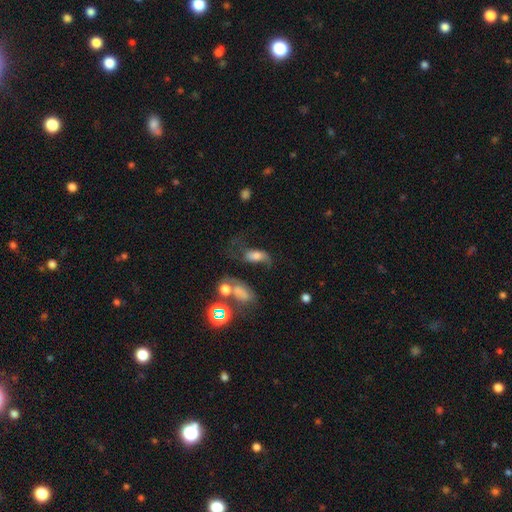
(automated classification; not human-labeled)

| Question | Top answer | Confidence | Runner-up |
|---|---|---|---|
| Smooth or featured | smooth | 50% | featured or disk (35%) |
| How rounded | in between | 81% | cigar-shaped (9%) |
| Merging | major disturbance | 36% | none (29%) |